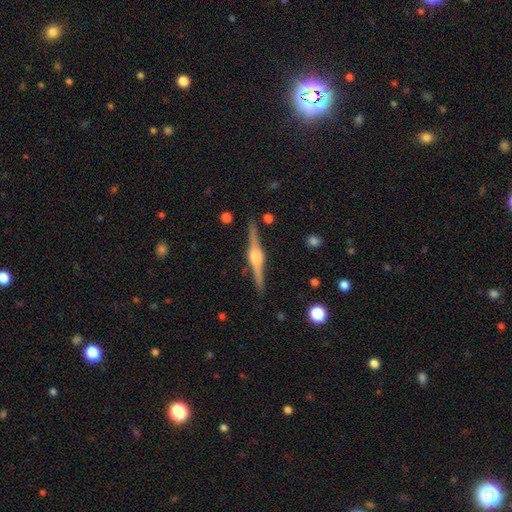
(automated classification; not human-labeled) This is clearly a featured or disk galaxy (87%). It is clearly viewed edge-on (98%). Edge-on bulge: clearly rounded (87%). Merging: clearly none (91%).